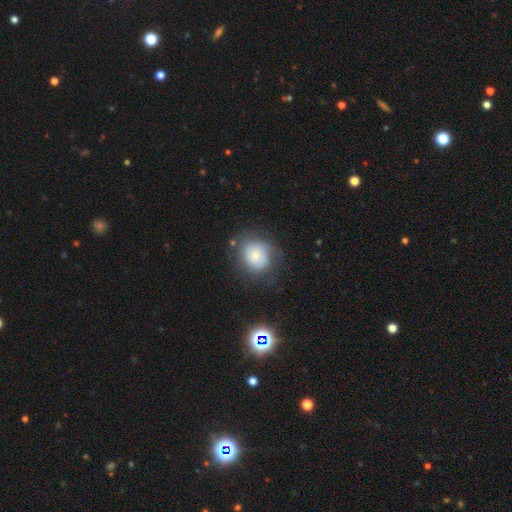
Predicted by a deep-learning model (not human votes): This is likely a smooth galaxy (61%). How rounded: likely round (71%). Merging: possibly none (59%).